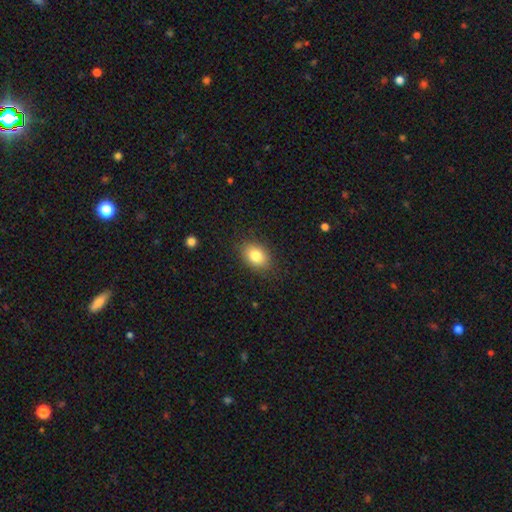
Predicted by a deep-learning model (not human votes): Smooth or featured? smooth (82%)
How rounded? in between (75%)
Merging? none (85%)